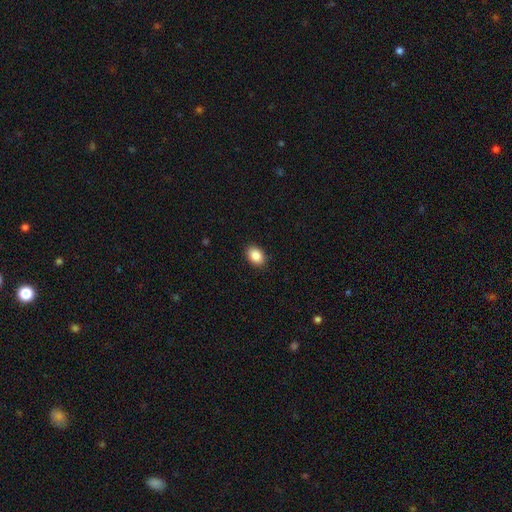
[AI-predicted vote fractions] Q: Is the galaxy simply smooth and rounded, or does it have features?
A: smooth — 88%.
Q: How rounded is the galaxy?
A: in between — 79%.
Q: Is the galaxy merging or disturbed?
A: none — 90%.